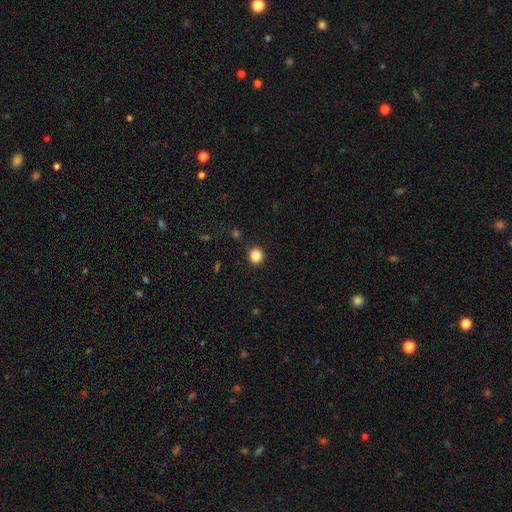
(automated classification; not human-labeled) A smooth galaxy with no disk features (86%) that is round (85%). Merging: none (90%).